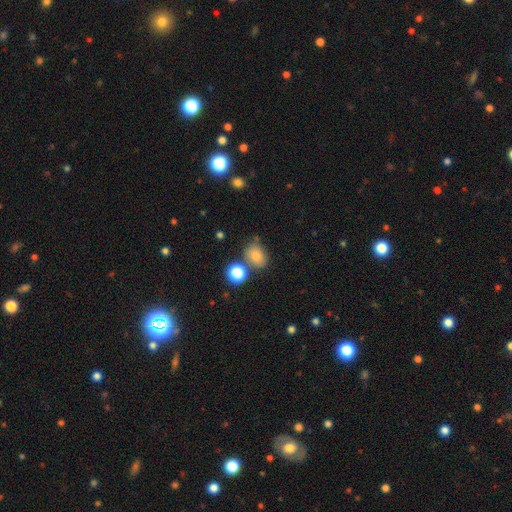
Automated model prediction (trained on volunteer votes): This appears to be a smooth galaxy with no disk features (79%) that is in between round and cigar-shaped (57%). Merging: none (63%).